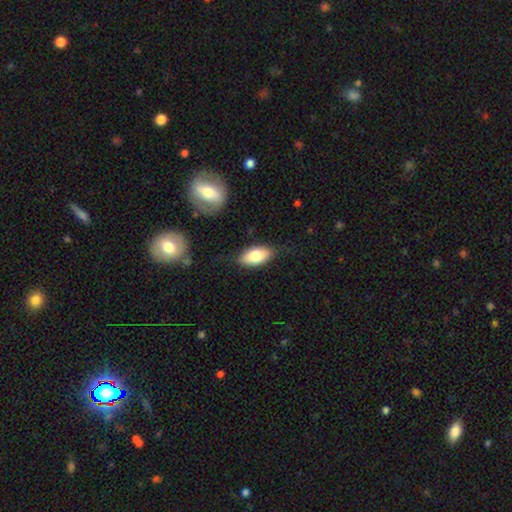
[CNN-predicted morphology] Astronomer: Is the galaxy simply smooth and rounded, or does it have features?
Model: smooth — 78%.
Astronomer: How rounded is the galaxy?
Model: in between — 91%.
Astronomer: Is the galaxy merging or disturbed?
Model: none — 80%.